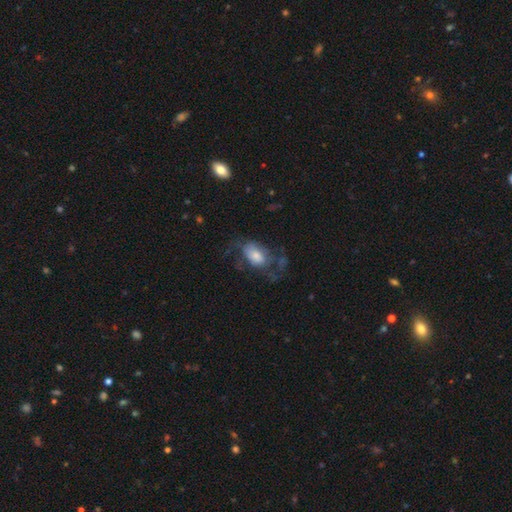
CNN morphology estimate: Smooth or featured?
  - smooth: 57% *
  - featured or disk: 34%
  - star or artifact: 8%
How rounded?
  - in between: 87% *
  - round: 12%
  - cigar-shaped: 2%
Merging?
  - major disturbance: 43% *
  - none: 31%
  - minor disturbance: 23%
  - merger: 4%